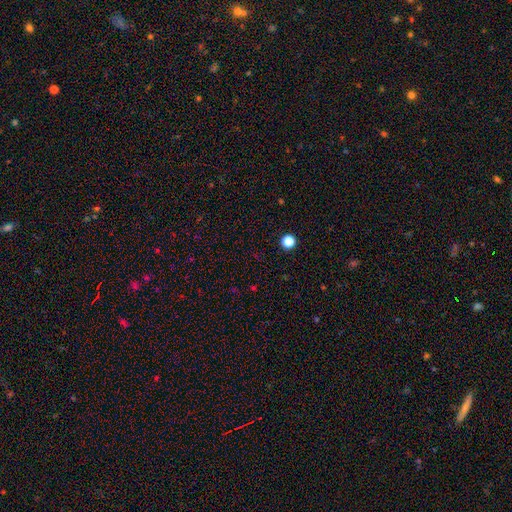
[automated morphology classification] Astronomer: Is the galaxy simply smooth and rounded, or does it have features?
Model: star or artifact — 55% (runner-up: smooth, 40%).